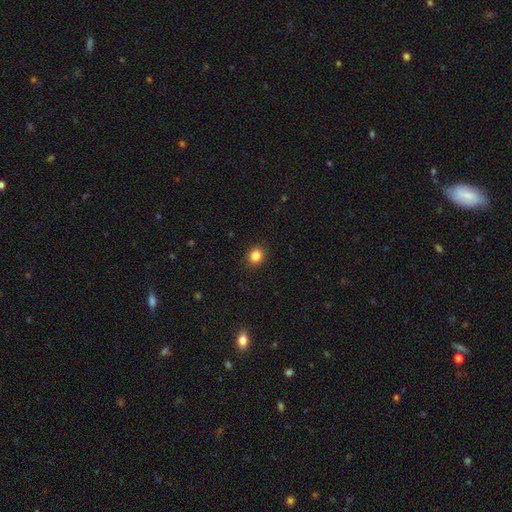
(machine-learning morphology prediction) smooth_or_featured: smooth (p=0.86) [alt: star or artifact p=0.11]
how_rounded: round (p=0.70) [alt: in between p=0.29]
merging: none (p=0.90) [alt: minor disturbance p=0.07]